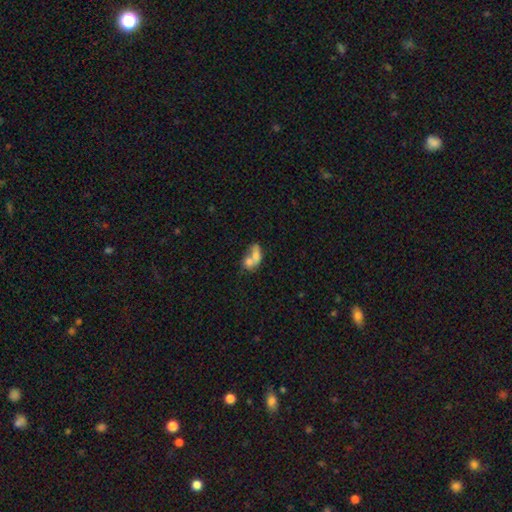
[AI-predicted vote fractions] This appears to be a smooth galaxy with no disk features (64%) that is in between round and cigar-shaped (75%). Merging: merger (69%).